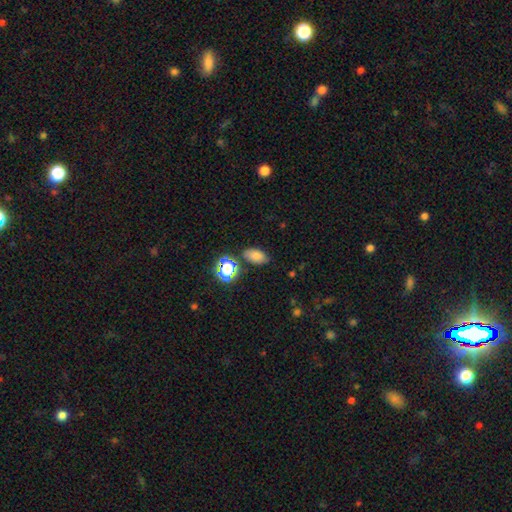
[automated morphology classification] Smooth or featured?
  - smooth: 74% *
  - star or artifact: 18%
  - featured or disk: 7%
How rounded?
  - in between: 86% *
  - round: 12%
  - cigar-shaped: 2%
Merging?
  - none: 76% *
  - minor disturbance: 15%
  - merger: 5%
  - major disturbance: 4%